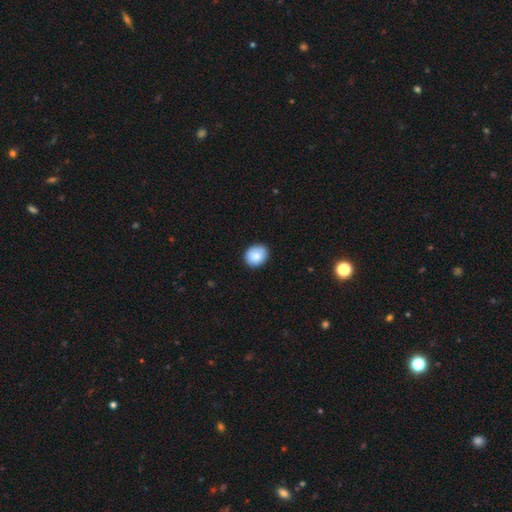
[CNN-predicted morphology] A smooth galaxy with no disk features (87%) that is round (58%).

Vote fractions:
- Smooth or featured? smooth: 87% / star or artifact: 7% / featured or disk: 6%
- How rounded? round: 58% / in between: 41% / cigar-shaped: 1%
- Merging? none: 87% / minor disturbance: 10% / major disturbance: 2% / merger: 1%